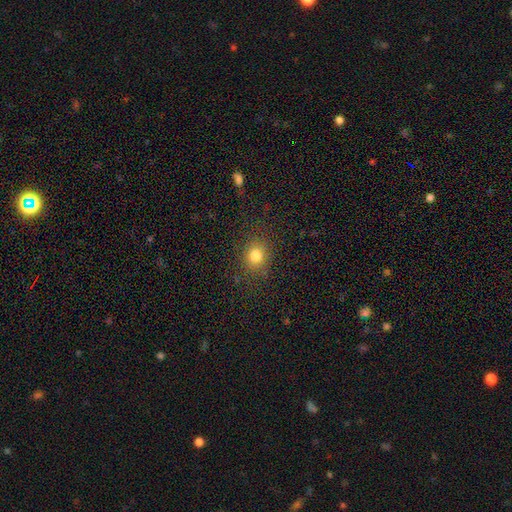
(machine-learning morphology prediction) A smooth galaxy with no disk features (81%) that is round (74%). Merging: none (85%).